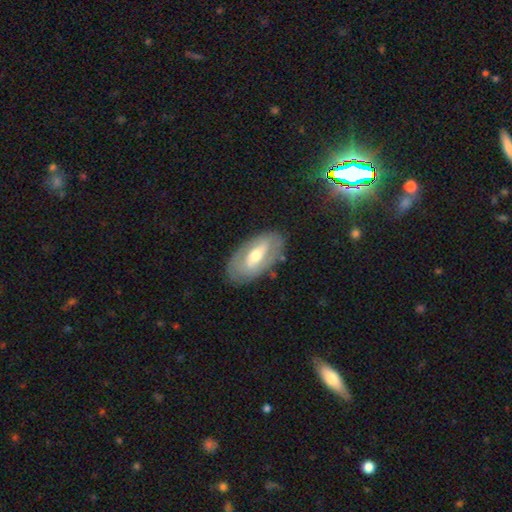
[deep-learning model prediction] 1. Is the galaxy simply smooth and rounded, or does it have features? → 63% featured or disk, 31% smooth, 6% star or artifact.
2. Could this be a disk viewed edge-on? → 89% no, 11% yes.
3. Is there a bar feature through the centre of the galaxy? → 37% weak, 32% no, 31% strong.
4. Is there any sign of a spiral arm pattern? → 51% no, 49% yes.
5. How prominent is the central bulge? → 67% moderate, 23% small, 8% large, 1% dominant, 1% none.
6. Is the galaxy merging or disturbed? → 82% none, 13% minor disturbance, 4% major disturbance, 1% merger.